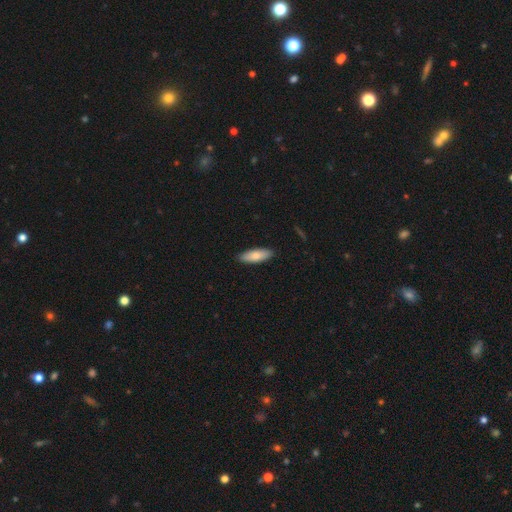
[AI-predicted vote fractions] Overall: smooth (77%). How rounded: in between (66%; cigar-shaped 32%). Merging: none (90%).